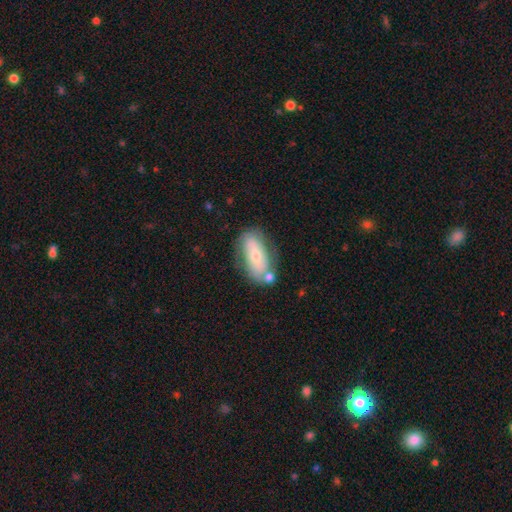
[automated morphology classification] type=smooth (58%); roundness=in between (85%); merging=none (62%).